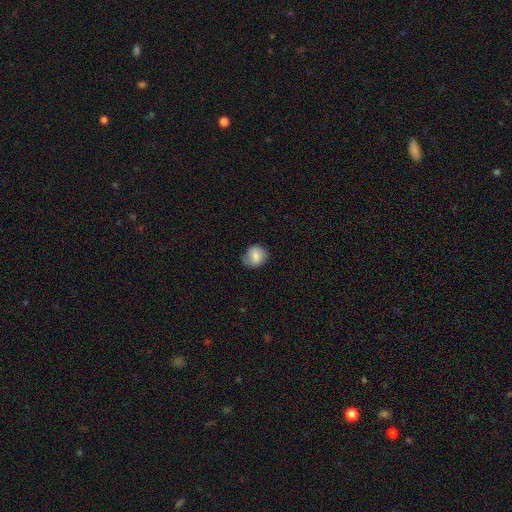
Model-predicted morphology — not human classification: This is likely a smooth galaxy (78%). How rounded: likely round (75%). Merging: likely none (73%).